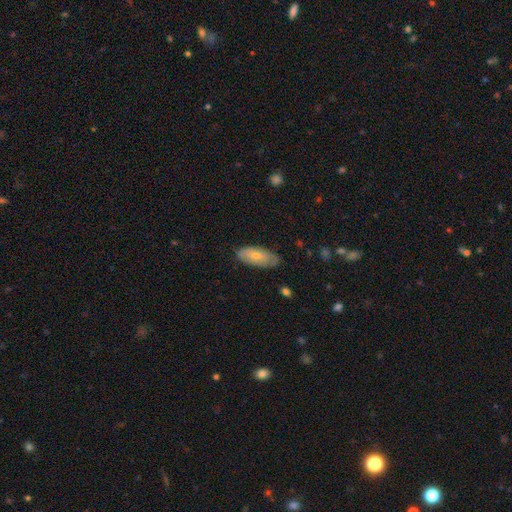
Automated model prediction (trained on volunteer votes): A smooth galaxy with no disk features (66%) that is in between round and cigar-shaped (85%).

Vote fractions:
- Smooth or featured? smooth: 66% / featured or disk: 29% / star or artifact: 6%
- How rounded? in between: 85% / cigar-shaped: 13% / round: 2%
- Merging? none: 71% / minor disturbance: 23% / major disturbance: 4% / merger: 1%